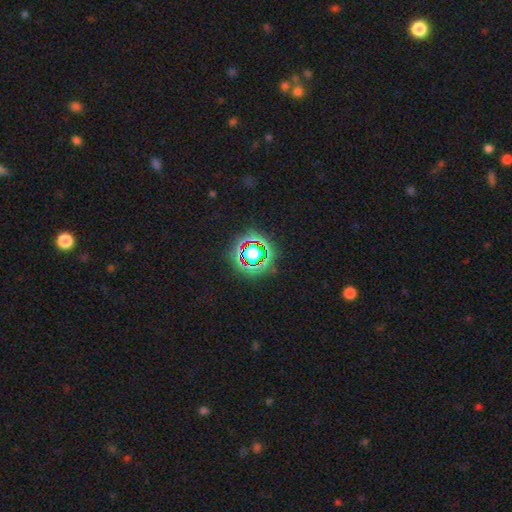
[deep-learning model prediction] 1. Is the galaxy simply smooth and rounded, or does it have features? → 63% star or artifact, 25% smooth, 12% featured or disk.